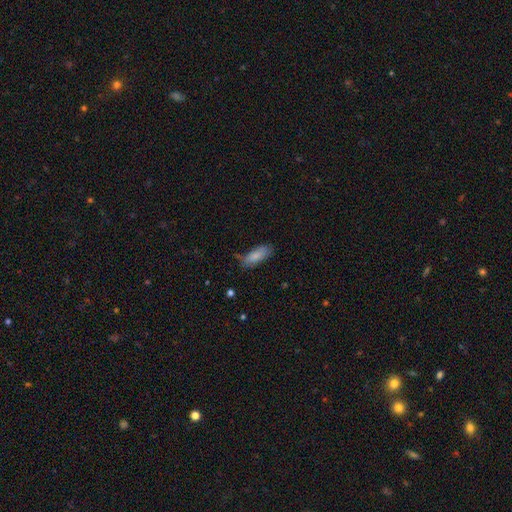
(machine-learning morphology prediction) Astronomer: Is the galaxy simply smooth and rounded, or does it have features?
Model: smooth — 83%.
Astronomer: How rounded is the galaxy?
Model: in between — 72%.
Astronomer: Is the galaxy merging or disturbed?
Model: none — 66%.